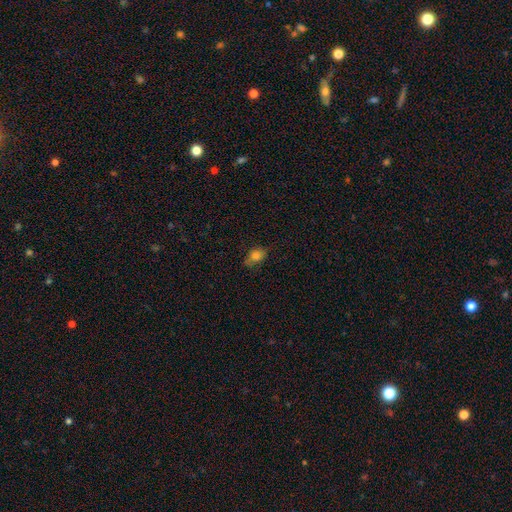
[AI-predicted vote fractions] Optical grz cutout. It shows a smooth galaxy with no disk features (80%) that is in between round and cigar-shaped (67%). Merging: none (62%).